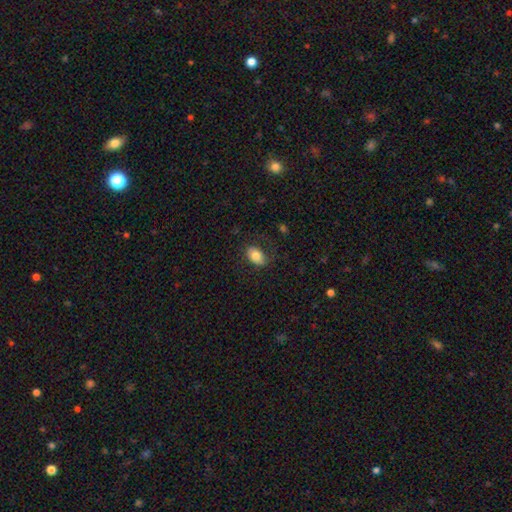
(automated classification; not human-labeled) The model was most divided on "merging": none: 72%, minor disturbance: 18%, major disturbance: 9%, merger: 1%. More confident: how rounded — in between (87%); smooth or featured — smooth (78%).